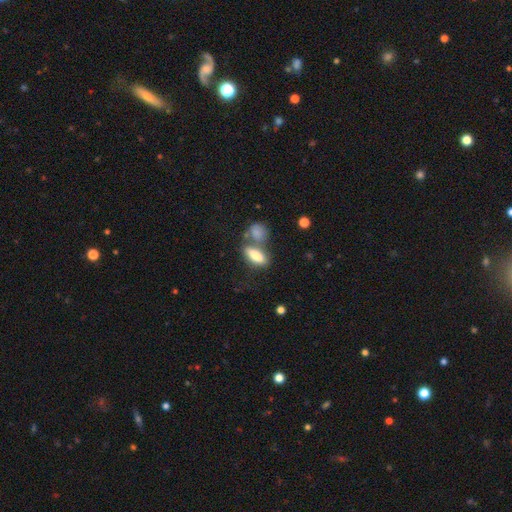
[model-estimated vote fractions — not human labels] smooth_or_featured: smooth (p=0.78) [alt: featured or disk p=0.15]
how_rounded: in between (p=0.74) [alt: cigar-shaped p=0.21]
merging: none (p=0.48) [alt: merger p=0.33]